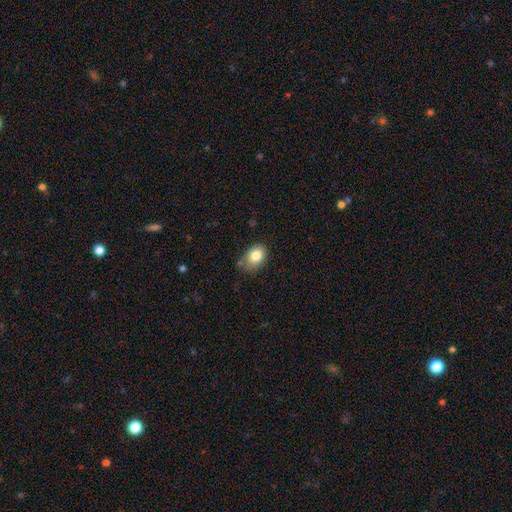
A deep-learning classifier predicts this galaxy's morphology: Smooth or featured?
  - smooth: 82% *
  - star or artifact: 9%
  - featured or disk: 9%
How rounded?
  - in between: 74% *
  - round: 25%
  - cigar-shaped: 1%
Merging?
  - none: 68% *
  - minor disturbance: 23%
  - major disturbance: 5%
  - merger: 4%